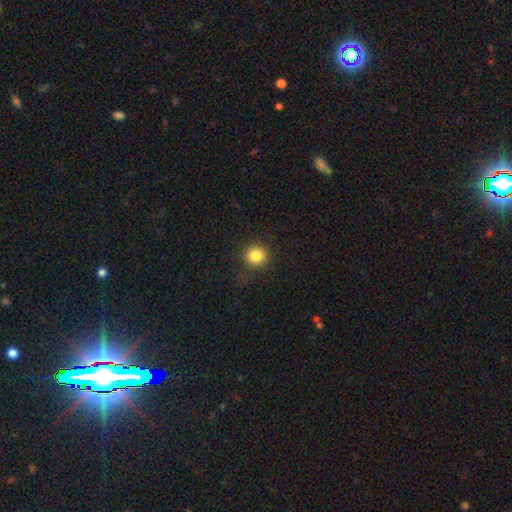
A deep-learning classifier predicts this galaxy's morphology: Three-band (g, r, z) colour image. It shows a smooth galaxy with no disk features (84%) that is round (91%). Merging: none (84%).